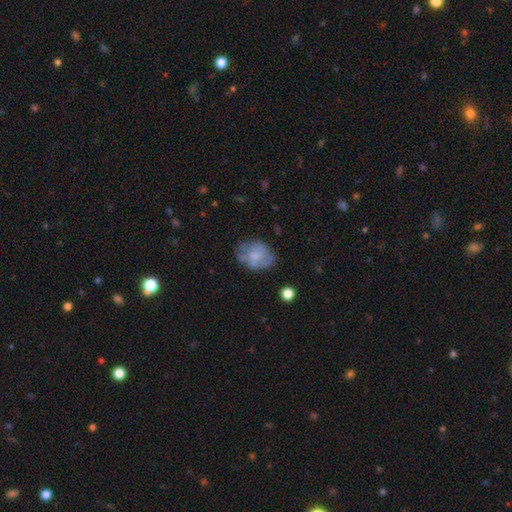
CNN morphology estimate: Overall: smooth (49%; featured or disk 42%). Merging: none (59%; minor disturbance 24%).